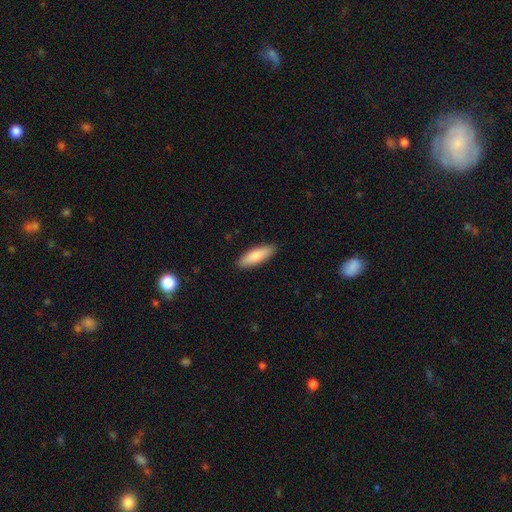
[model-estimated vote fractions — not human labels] smooth-or-featured: smooth: 79% | featured or disk: 15% | star or artifact: 5%
  how-rounded: in between: 51% | cigar-shaped: 47% | round: 2%
  merging: none: 89% | minor disturbance: 8% | major disturbance: 2% | merger: 1%